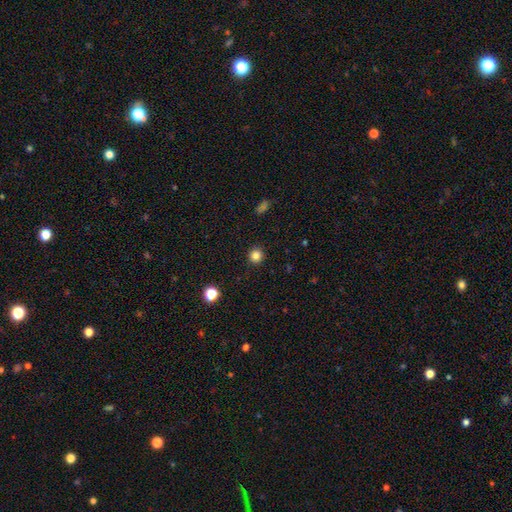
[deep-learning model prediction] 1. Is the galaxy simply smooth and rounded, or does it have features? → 84% smooth, 12% star or artifact, 4% featured or disk.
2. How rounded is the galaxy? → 93% round, 6% in between, 1% cigar-shaped.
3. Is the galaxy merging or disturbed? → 92% none, 5% minor disturbance, 2% major disturbance, 1% merger.